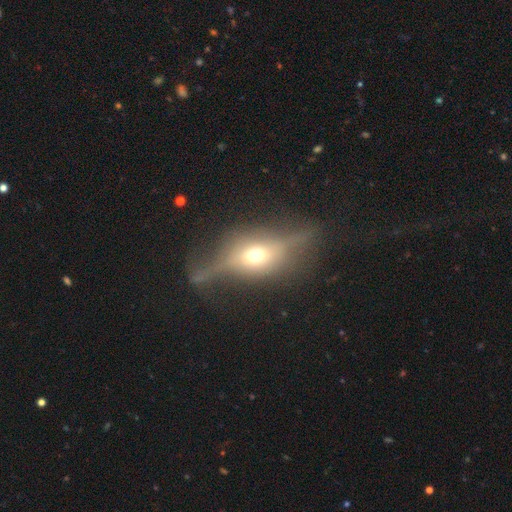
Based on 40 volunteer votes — This is likely a featured or disk galaxy (75%). It is clearly viewed edge-on (87%). Edge-on bulge: clearly rounded (96%). Merging: likely none (67%).